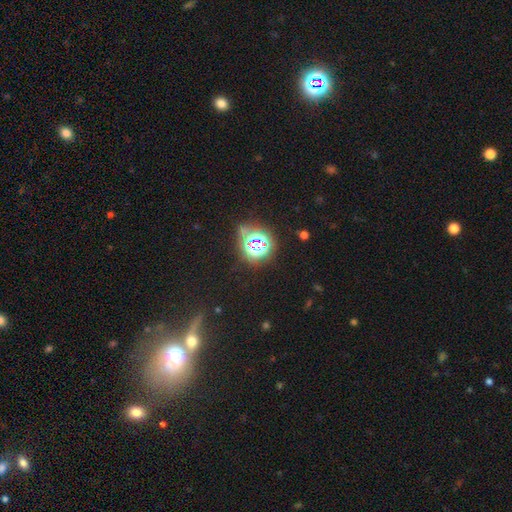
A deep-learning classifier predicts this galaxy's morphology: smooth-or-featured: star or artifact: 72% | smooth: 19% | featured or disk: 9%